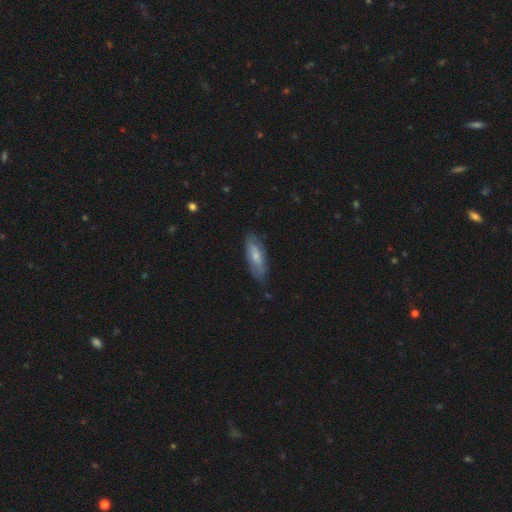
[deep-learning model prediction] Q: Smooth or featured?
A: smooth (59%); runner-up: featured or disk (35%)
Q: How rounded?
A: in between (65%); runner-up: cigar-shaped (33%)
Q: Merging?
A: none (71%); runner-up: minor disturbance (23%)